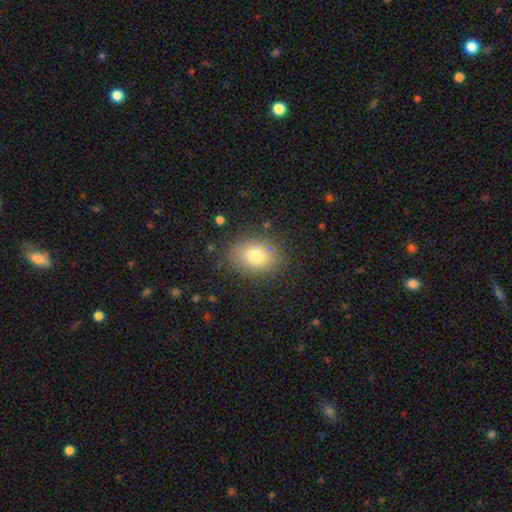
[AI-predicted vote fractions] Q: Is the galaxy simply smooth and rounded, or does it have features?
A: smooth — 77%.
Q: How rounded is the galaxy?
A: in between — 67%.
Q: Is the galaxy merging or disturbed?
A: none — 82%.